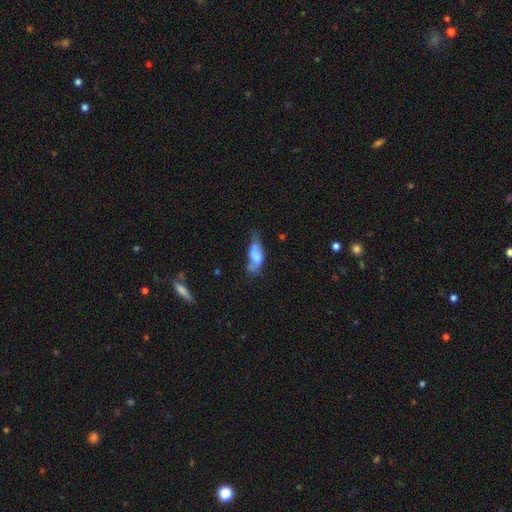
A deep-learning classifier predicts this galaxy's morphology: Smooth or featured?
  - smooth: 58% *
  - featured or disk: 34%
  - star or artifact: 8%
How rounded?
  - in between: 77% *
  - cigar-shaped: 20%
  - round: 3%
Merging?
  - none: 36% *
  - minor disturbance: 35%
  - major disturbance: 21%
  - merger: 8%